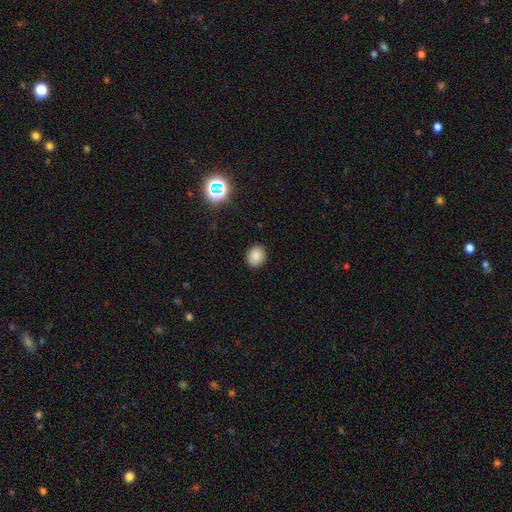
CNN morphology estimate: Smooth or featured? smooth (85%)
How rounded? round (59%)
Merging? none (89%)